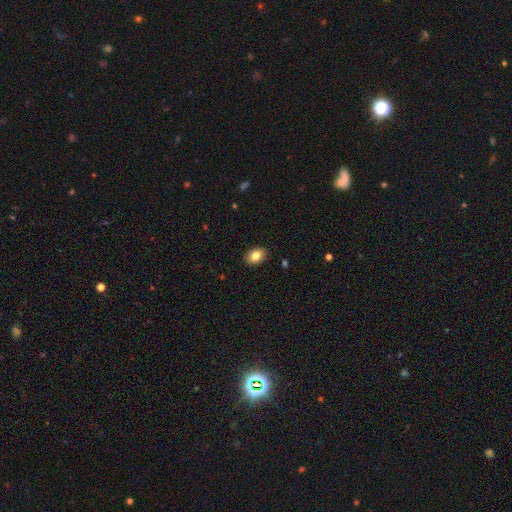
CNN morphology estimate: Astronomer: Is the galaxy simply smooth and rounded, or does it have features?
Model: smooth — 83%.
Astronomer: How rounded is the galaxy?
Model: in between — 78%.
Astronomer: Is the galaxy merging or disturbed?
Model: none — 89%.